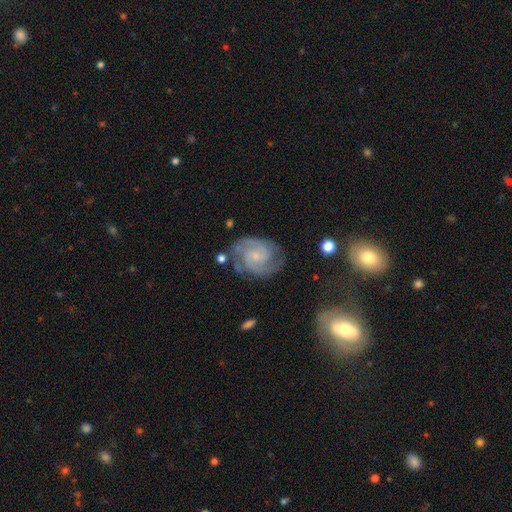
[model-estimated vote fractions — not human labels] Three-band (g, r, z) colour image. It shows a featured or disk galaxy (89%) with no bar (59%), 2 (70%) tight (51%) spiral arms (98%) and a small central bulge (72%). Merging: none (75%).